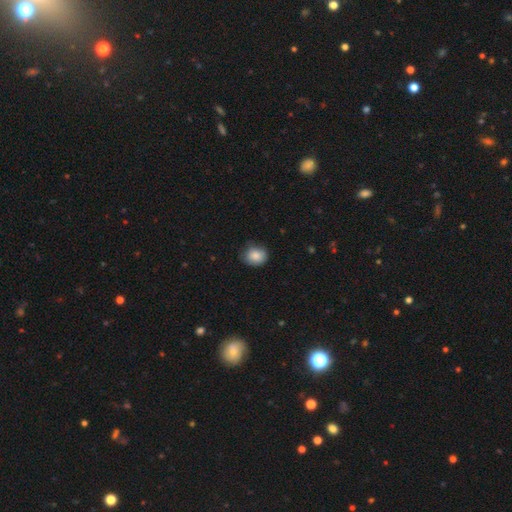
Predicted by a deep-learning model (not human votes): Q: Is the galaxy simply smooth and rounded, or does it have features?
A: smooth — 85%.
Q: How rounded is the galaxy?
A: round — 62%.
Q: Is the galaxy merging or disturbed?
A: none — 71%.